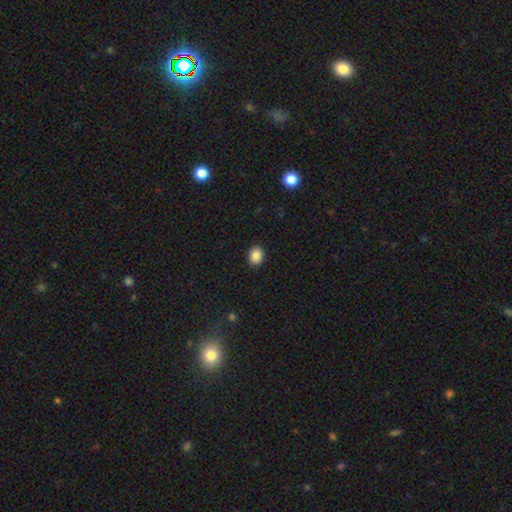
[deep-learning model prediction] This is clearly a smooth galaxy (88%). How rounded: possibly round (53%). Merging: clearly none (91%).